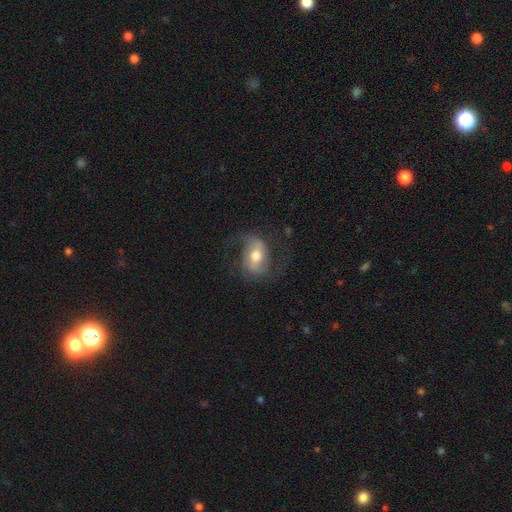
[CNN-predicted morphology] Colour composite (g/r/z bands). It shows a featured or disk galaxy (66%) with a weak bar (40%), 2 (87%) loose (47%) spiral arms (87%) and a moderate central bulge (70%). Merging: none (67%).